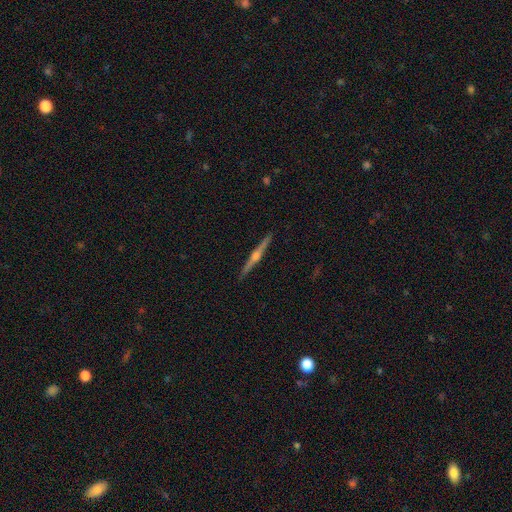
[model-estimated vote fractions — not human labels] Smooth or featured: featured or disk — 82% (smooth — 13%)
Edge-on disk: yes — 99% (no — 1%)
Edge-on bulge: rounded — 89% (none — 6%)
Merging: none — 93% (minor disturbance — 5%)